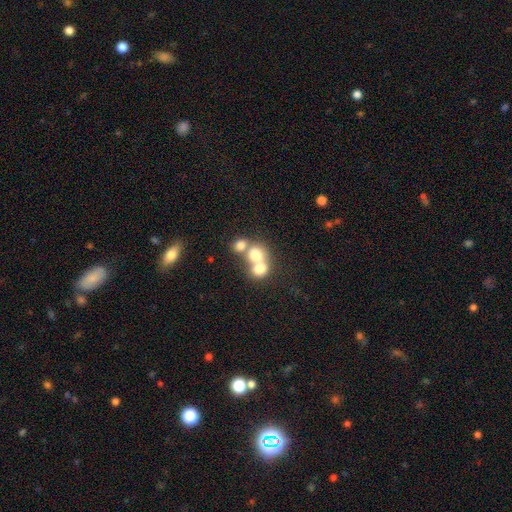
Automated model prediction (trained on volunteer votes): The model was most divided on "how rounded": round: 69%, in between: 30%, cigar-shaped: 1%. More confident: smooth or featured — smooth (72%); merging — merger (66%).